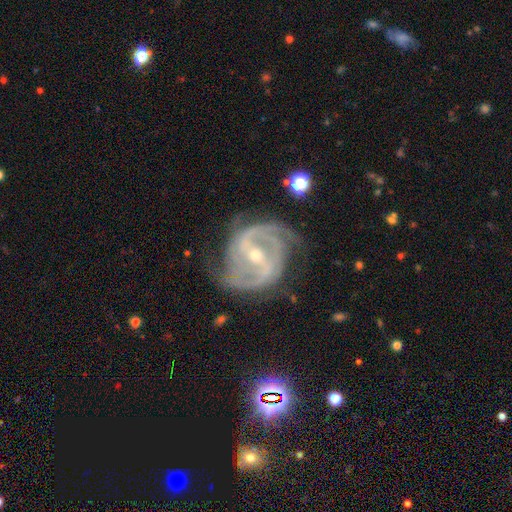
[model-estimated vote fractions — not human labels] Smooth or featured? featured or disk (92%)
Edge-on disk? no (97%)
Bar? strong (50%)
Spiral arms? yes (98%)
Spiral winding? medium (48%)
Spiral arm count? 2 (62%)
Bulge size? small (58%)
Merging? none (70%)